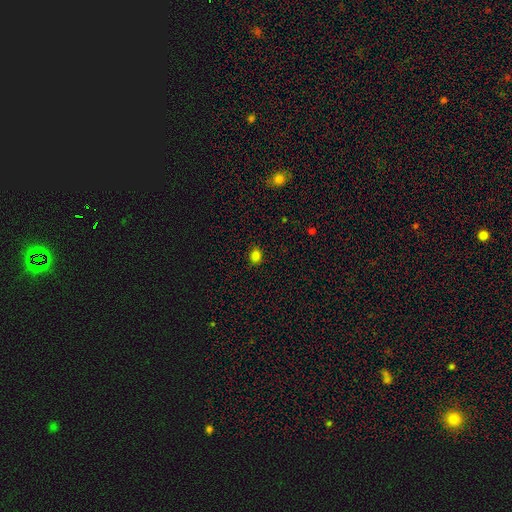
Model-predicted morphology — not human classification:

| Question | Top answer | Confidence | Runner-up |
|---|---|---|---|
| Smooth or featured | smooth | 82% | star or artifact (15%) |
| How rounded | in between | 55% | round (44%) |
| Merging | none | 87% | minor disturbance (10%) |